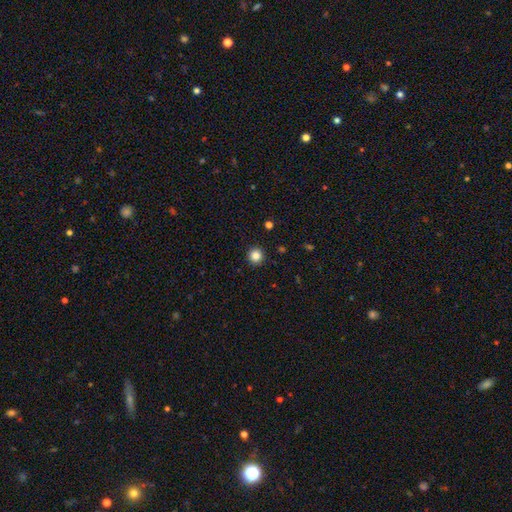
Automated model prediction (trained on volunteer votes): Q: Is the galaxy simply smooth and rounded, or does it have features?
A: smooth — 84%.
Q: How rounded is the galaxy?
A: round — 95%.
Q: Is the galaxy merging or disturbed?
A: none — 93%.